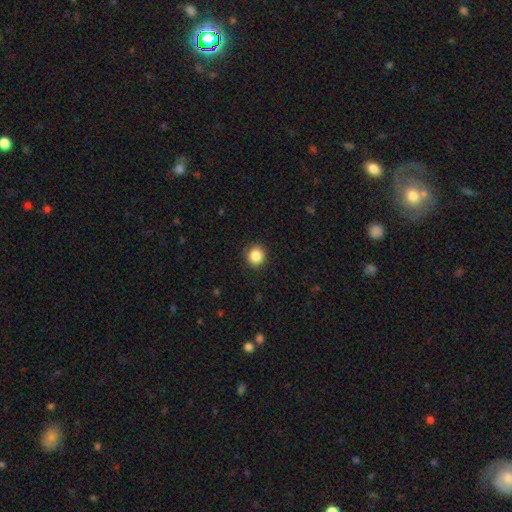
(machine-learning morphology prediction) The model was most divided on "smooth or featured": smooth: 86%, star or artifact: 10%, featured or disk: 4%. More confident: merging — none (91%); how rounded — round (91%).